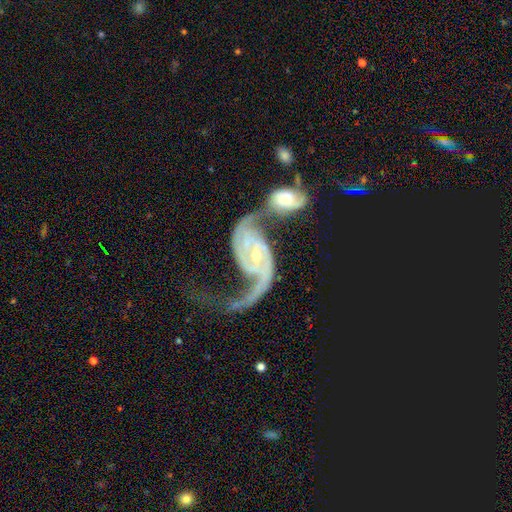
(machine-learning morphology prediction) featured or disk 91%, star or artifact 5%, smooth 5%. Down the decision tree: edge-on disk — no (97%); bar — no (54%); spiral arms — yes (97%); spiral arm count — 2 (82%); spiral winding — loose (43%); bulge size — small (65%); merging — merger (59%).